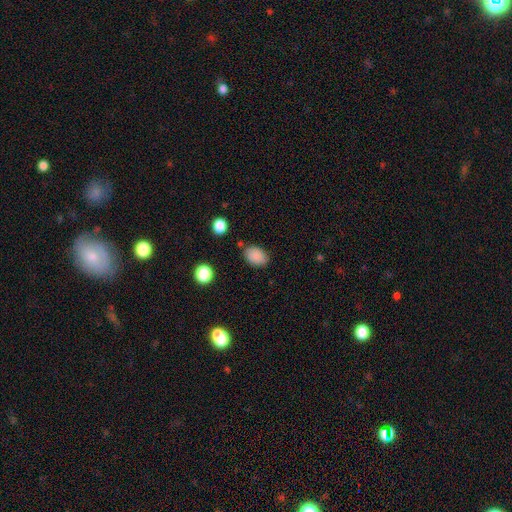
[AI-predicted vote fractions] Q: Smooth or featured?
A: smooth (86%); runner-up: star or artifact (9%)
Q: How rounded?
A: in between (82%); runner-up: round (17%)
Q: Merging?
A: none (77%); runner-up: minor disturbance (15%)